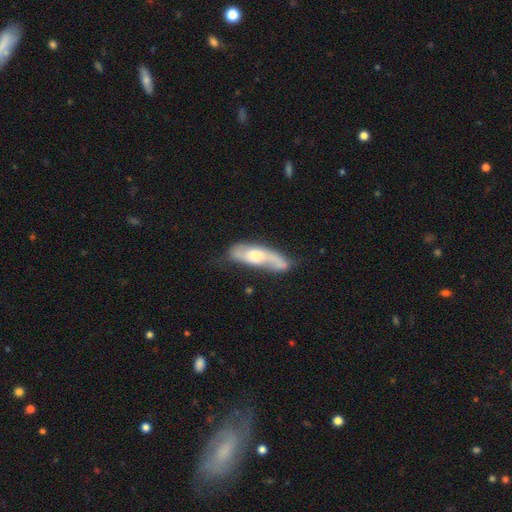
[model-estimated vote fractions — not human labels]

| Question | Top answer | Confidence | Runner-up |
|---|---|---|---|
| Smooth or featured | featured or disk | 59% | smooth (35%) |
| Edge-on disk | no | 74% | yes (26%) |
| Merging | none | 48% | minor disturbance (28%) |